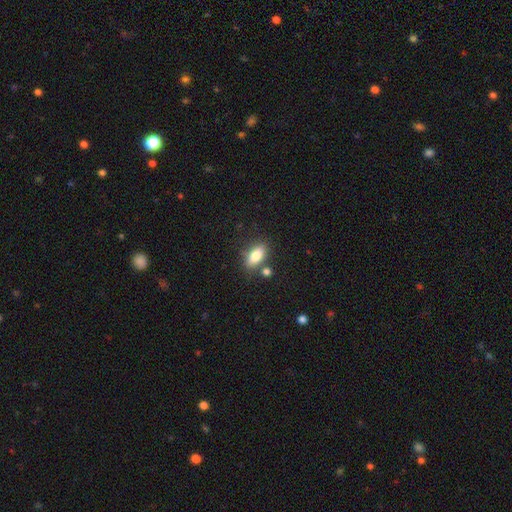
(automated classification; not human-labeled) Q: Smooth or featured?
A: smooth (79%); runner-up: featured or disk (13%)
Q: How rounded?
A: in between (83%); runner-up: cigar-shaped (12%)
Q: Merging?
A: none (75%); runner-up: minor disturbance (12%)